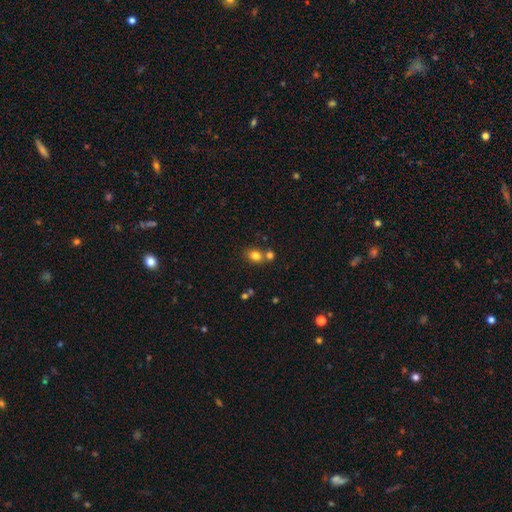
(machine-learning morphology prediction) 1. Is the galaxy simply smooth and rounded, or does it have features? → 80% smooth, 12% star or artifact, 8% featured or disk.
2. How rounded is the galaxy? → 50% in between, 49% round, 1% cigar-shaped.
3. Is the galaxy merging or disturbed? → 55% none, 33% merger, 9% minor disturbance, 3% major disturbance.